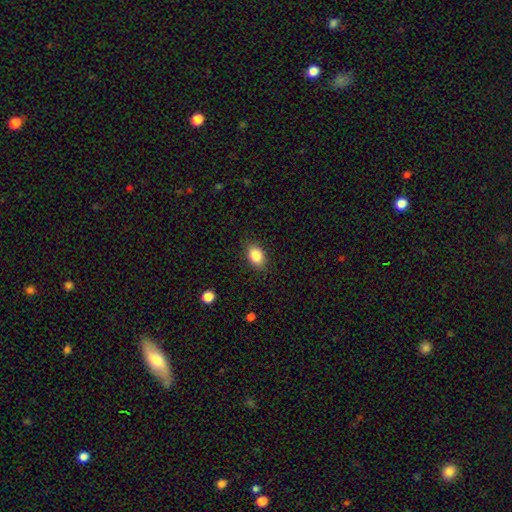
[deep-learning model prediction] Smooth or featured?
  - smooth: 86% *
  - star or artifact: 8%
  - featured or disk: 6%
How rounded?
  - in between: 81% *
  - round: 18%
  - cigar-shaped: 1%
Merging?
  - none: 85% *
  - minor disturbance: 11%
  - major disturbance: 3%
  - merger: 1%